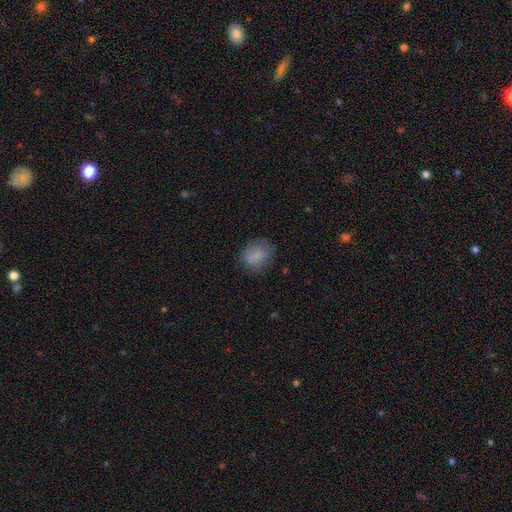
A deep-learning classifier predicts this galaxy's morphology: smooth_or_featured: smooth (p=0.81) [alt: featured or disk p=0.10]
how_rounded: round (p=0.60) [alt: in between p=0.39]
merging: none (p=0.73) [alt: minor disturbance p=0.19]